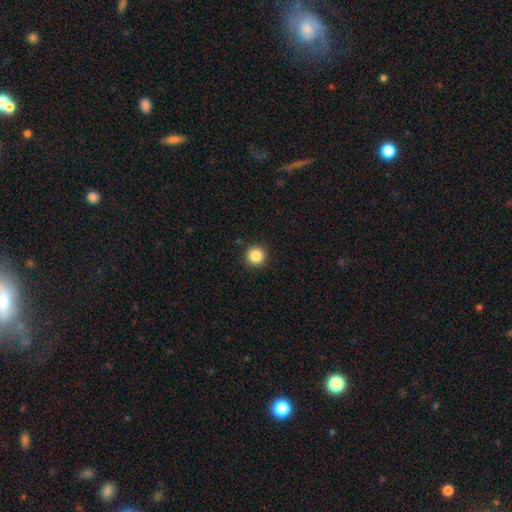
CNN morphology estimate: Smooth or featured?
  - smooth: 87% *
  - star or artifact: 10%
  - featured or disk: 3%
How rounded?
  - round: 96% *
  - in between: 3%
  - cigar-shaped: 1%
Merging?
  - none: 92% *
  - minor disturbance: 5%
  - major disturbance: 2%
  - merger: 1%